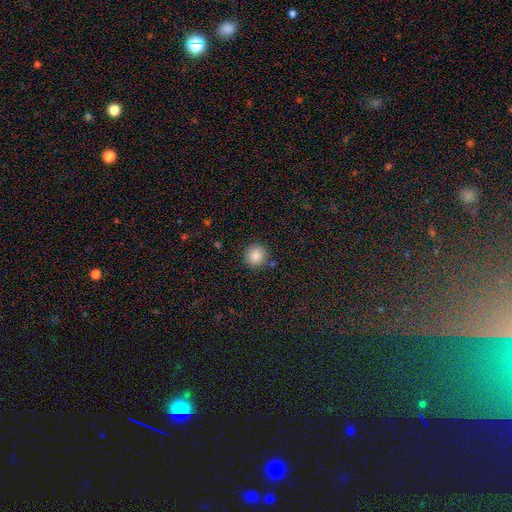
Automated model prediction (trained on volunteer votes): Smooth or featured? smooth (86%)
How rounded? round (89%)
Merging? none (86%)